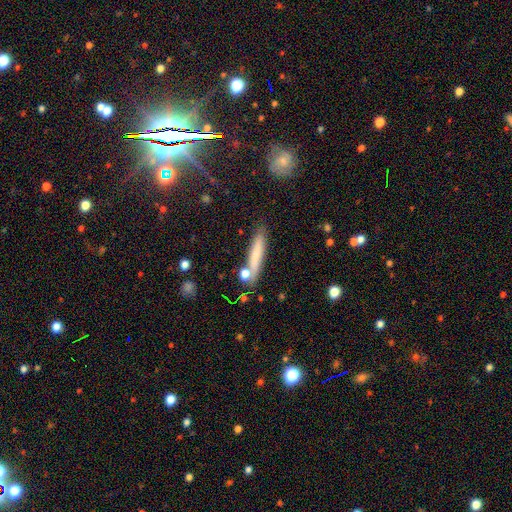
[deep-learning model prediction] Smooth or featured? smooth (70%)
How rounded? cigar-shaped (89%)
Merging? none (75%)